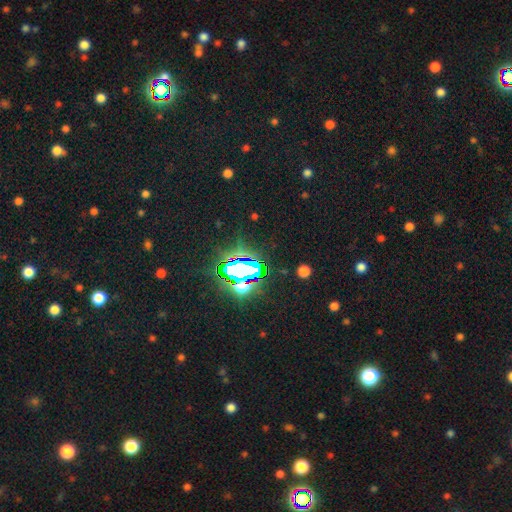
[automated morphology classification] Smooth or featured? Predicted: star or artifact (p=0.79).